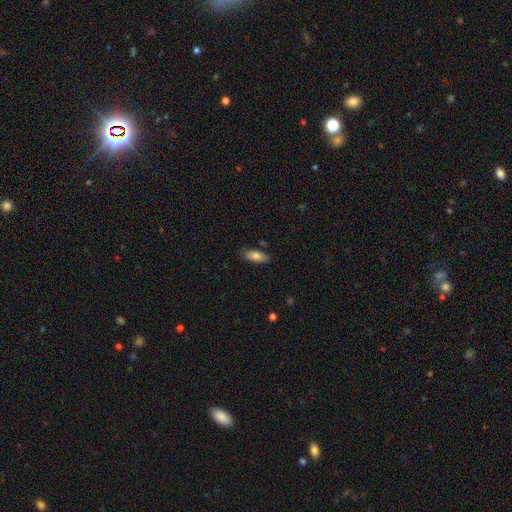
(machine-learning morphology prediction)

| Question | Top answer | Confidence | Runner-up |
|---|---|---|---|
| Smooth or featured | smooth | 82% | featured or disk (12%) |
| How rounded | in between | 80% | cigar-shaped (18%) |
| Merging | none | 82% | minor disturbance (13%) |